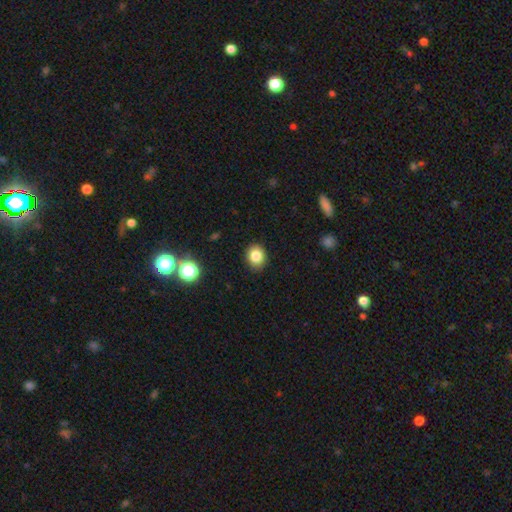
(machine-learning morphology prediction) smooth_or_featured: smooth (p=0.82) [alt: star or artifact p=0.11]
how_rounded: round (p=0.64) [alt: in between p=0.35]
merging: none (p=0.87) [alt: minor disturbance p=0.10]